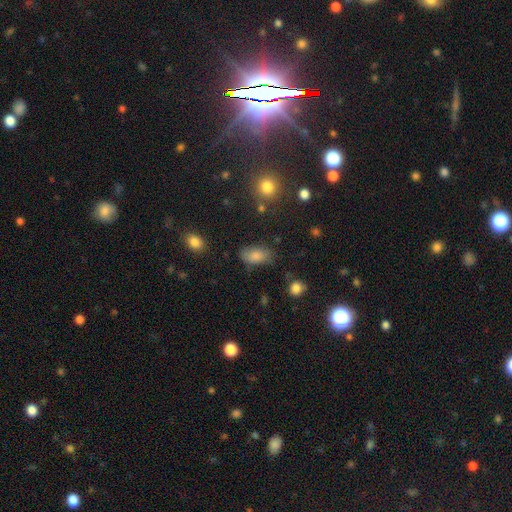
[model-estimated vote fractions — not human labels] Smooth or featured?
  - smooth: 81% *
  - featured or disk: 10%
  - star or artifact: 9%
How rounded?
  - in between: 92% *
  - round: 5%
  - cigar-shaped: 3%
Merging?
  - none: 71% *
  - minor disturbance: 21%
  - major disturbance: 5%
  - merger: 3%